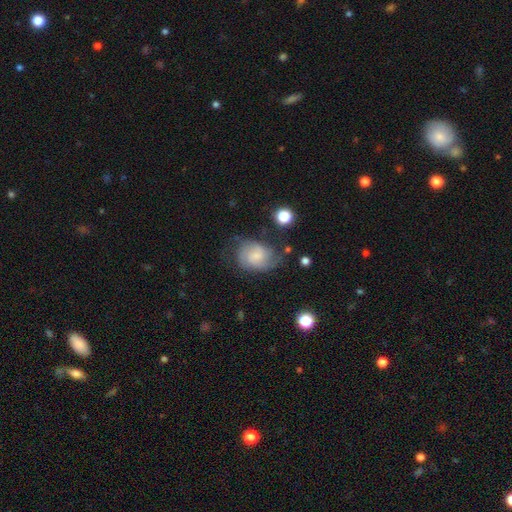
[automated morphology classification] This appears to be a featured or disk galaxy (62%) with no bar (47%), 2 (52%) medium (46%) spiral arms (89%) and a small central bulge (49%). Merging: none (51%).